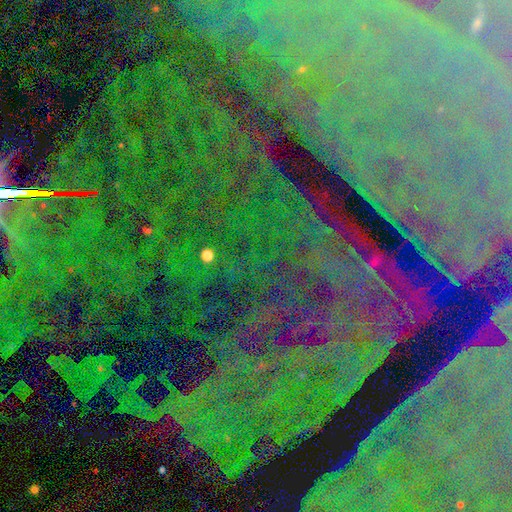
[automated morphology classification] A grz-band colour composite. It shows a star or artifact, not a galaxy (86%).